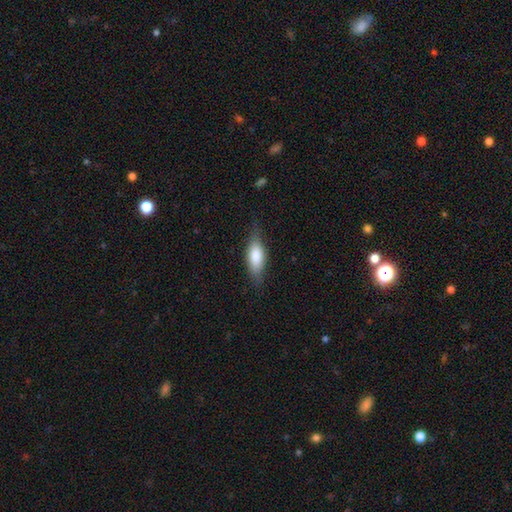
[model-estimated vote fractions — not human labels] Smooth or featured?
  - smooth: 72% *
  - featured or disk: 22%
  - star or artifact: 6%
How rounded?
  - in between: 69% *
  - cigar-shaped: 28%
  - round: 3%
Merging?
  - none: 75% *
  - minor disturbance: 20%
  - major disturbance: 5%
  - merger: 1%